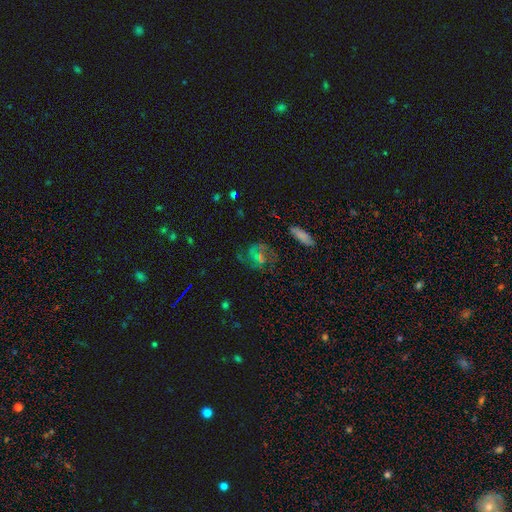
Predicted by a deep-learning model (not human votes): smooth_or_featured: featured or disk (p=0.55) [alt: star or artifact p=0.25]
disk_edge_on: no (p=0.95) [alt: yes p=0.05]
bar: no (p=0.56) [alt: weak p=0.35]
has_spiral_arms: yes (p=0.81) [alt: no p=0.19]
bulge_size: small (p=0.45) [alt: moderate p=0.38]
merging: none (p=0.69) [alt: minor disturbance p=0.16]